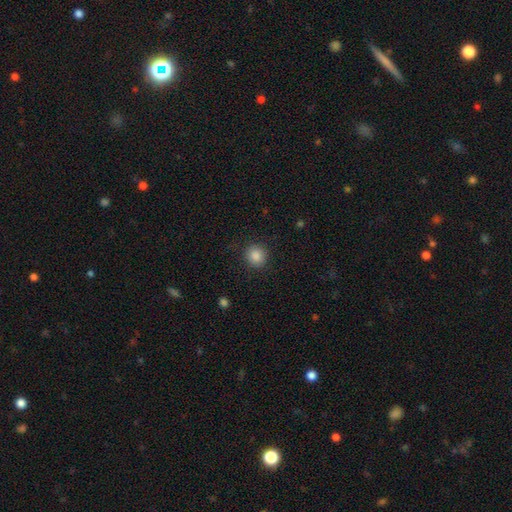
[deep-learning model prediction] Smooth or featured: smooth — 87% (star or artifact — 10%)
How rounded: round — 87% (in between — 12%)
Merging: none — 88% (minor disturbance — 8%)